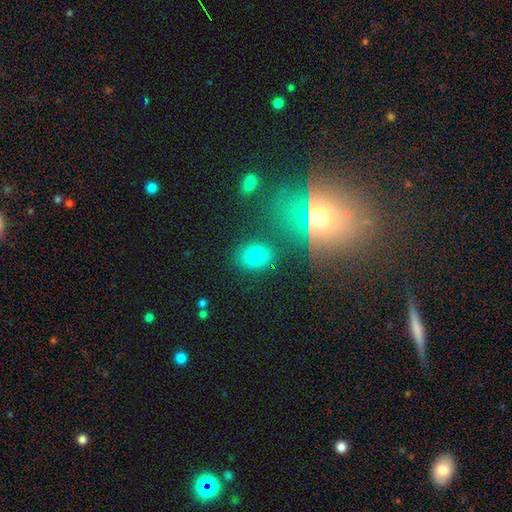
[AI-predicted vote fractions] smooth 78%, star or artifact 14%, featured or disk 8%. Down the decision tree: how rounded — in between (64%); merging — none (80%).